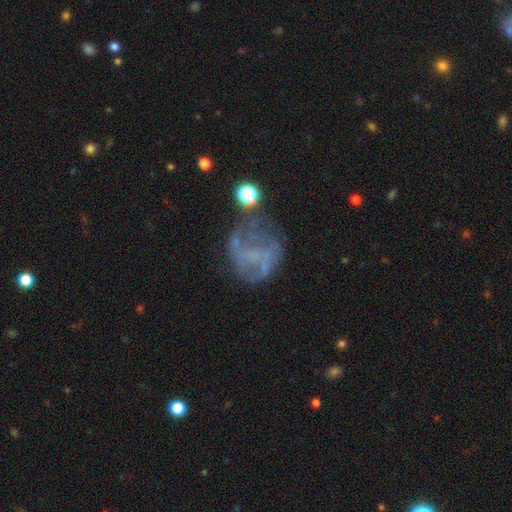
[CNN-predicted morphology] Q: Smooth or featured?
A: featured or disk (57%); runner-up: smooth (26%)
Q: Edge-on disk?
A: no (97%); runner-up: yes (3%)
Q: Bar?
A: no (68%); runner-up: weak (22%)
Q: Spiral arms?
A: no (60%); runner-up: yes (40%)
Q: Bulge size?
A: none (73%); runner-up: small (17%)
Q: Merging?
A: none (43%); runner-up: major disturbance (30%)